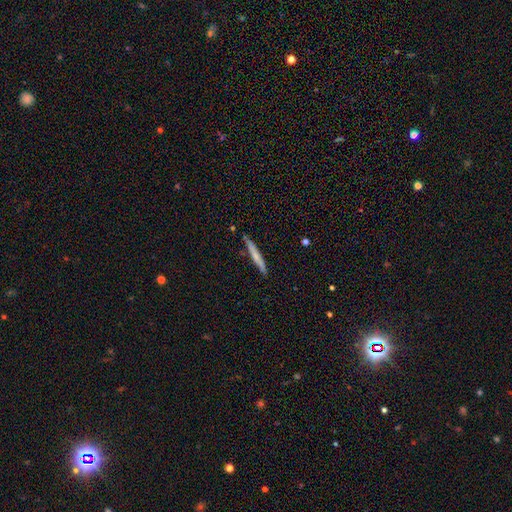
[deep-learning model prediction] This appears to be a smooth galaxy with no disk features (54%) that is cigar-shaped (96%). Merging: none (87%).